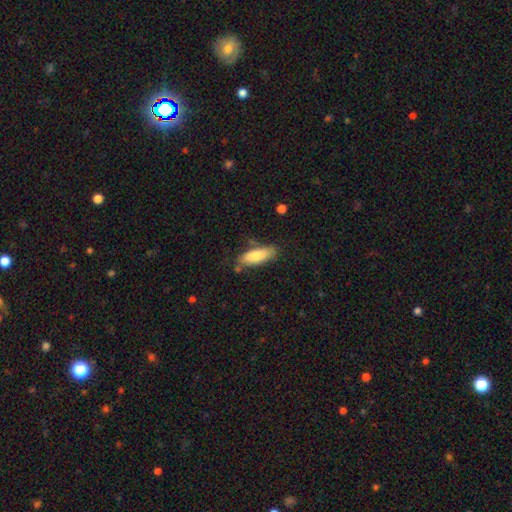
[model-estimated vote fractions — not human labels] Smooth or featured?
  - smooth: 78% *
  - featured or disk: 16%
  - star or artifact: 6%
How rounded?
  - in between: 64% *
  - cigar-shaped: 34%
  - round: 2%
Merging?
  - none: 72% *
  - minor disturbance: 19%
  - merger: 5%
  - major disturbance: 4%